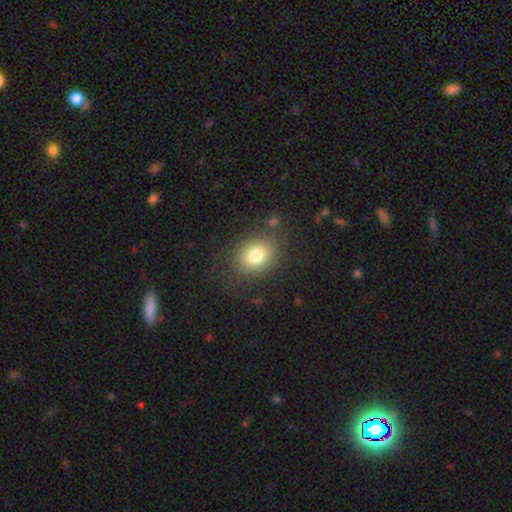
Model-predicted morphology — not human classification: Smooth or featured?
  - smooth: 78% *
  - featured or disk: 11%
  - star or artifact: 11%
How rounded?
  - in between: 52% *
  - round: 47%
  - cigar-shaped: 1%
Merging?
  - none: 77% *
  - minor disturbance: 13%
  - major disturbance: 7%
  - merger: 2%